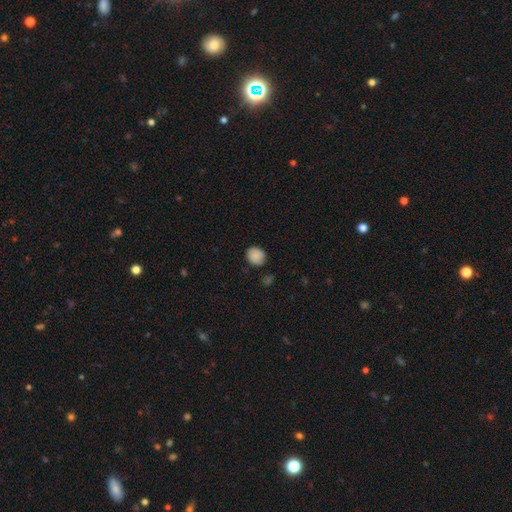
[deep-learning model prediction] Smooth or featured? Predicted: smooth (p=0.84). How rounded? Predicted: round (p=0.66). Merging? Predicted: none (p=0.78).